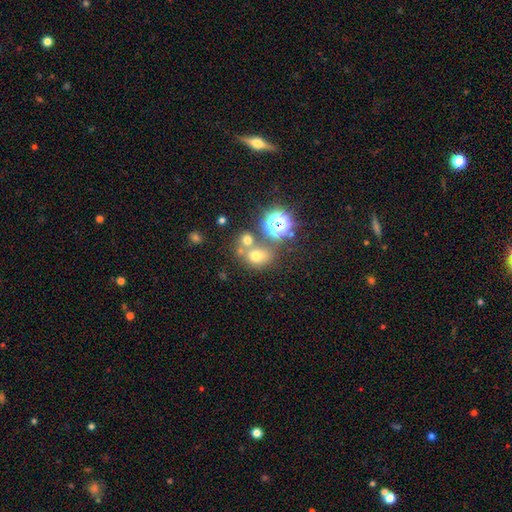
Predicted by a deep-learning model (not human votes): A smooth galaxy with no disk features (62%) that is round (67%).

Vote fractions:
- Smooth or featured? smooth: 62% / star or artifact: 26% / featured or disk: 12%
- How rounded? round: 67% / in between: 32% / cigar-shaped: 1%
- Merging? none: 55% / merger: 29% / minor disturbance: 11% / major disturbance: 6%